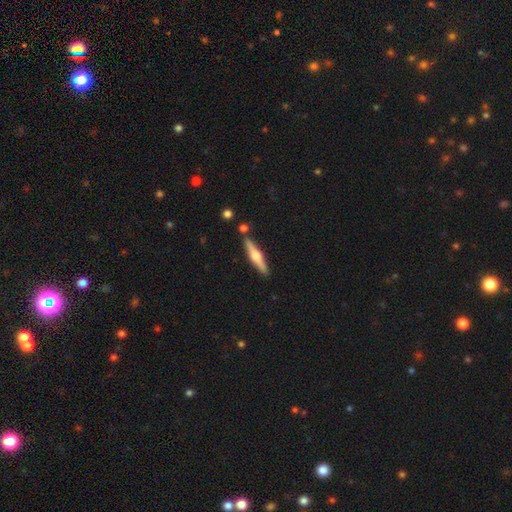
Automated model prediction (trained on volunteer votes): This appears to be a featured or disk galaxy (62%) viewed edge-on (97%) with a rounded central bulge (89%). Merging: none (86%).